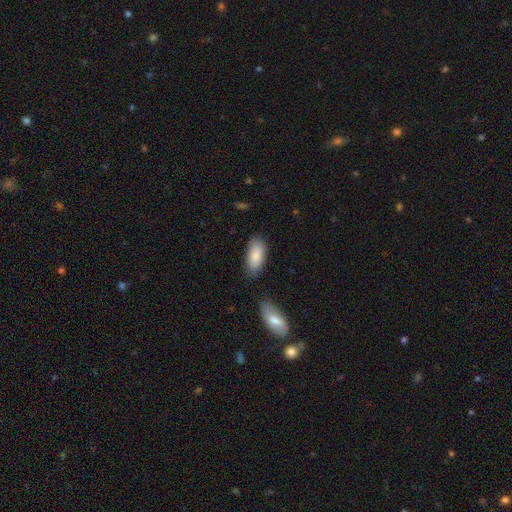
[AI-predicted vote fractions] This is clearly a smooth galaxy (86%). How rounded: clearly in between (89%). Merging: likely none (76%).